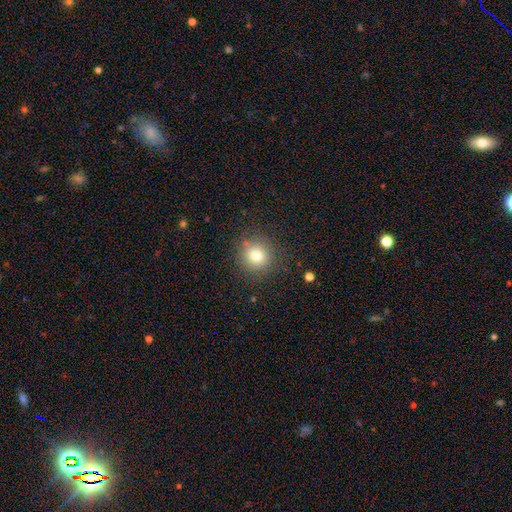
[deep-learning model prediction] Q: Smooth or featured?
A: smooth (77%); runner-up: star or artifact (13%)
Q: How rounded?
A: round (91%); runner-up: in between (8%)
Q: Merging?
A: none (84%); runner-up: minor disturbance (10%)